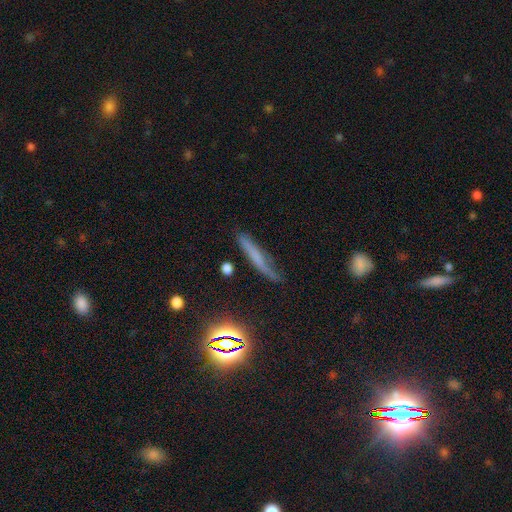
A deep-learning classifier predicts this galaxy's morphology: smooth 47%, featured or disk 36%, star or artifact 17%. Down the decision tree: merging — none (63%).